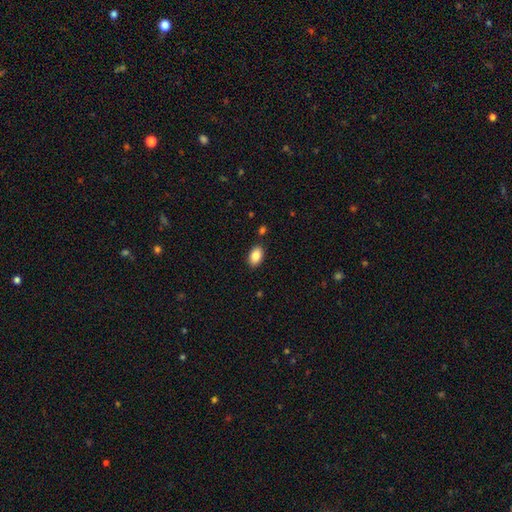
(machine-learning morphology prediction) This is clearly a smooth galaxy (87%). How rounded: clearly in between (91%). Merging: clearly none (87%).